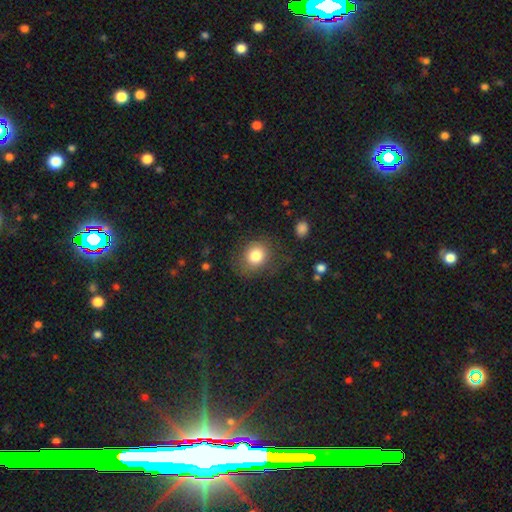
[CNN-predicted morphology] A smooth galaxy with no disk features (81%) that is round (66%). Merging: none (76%).